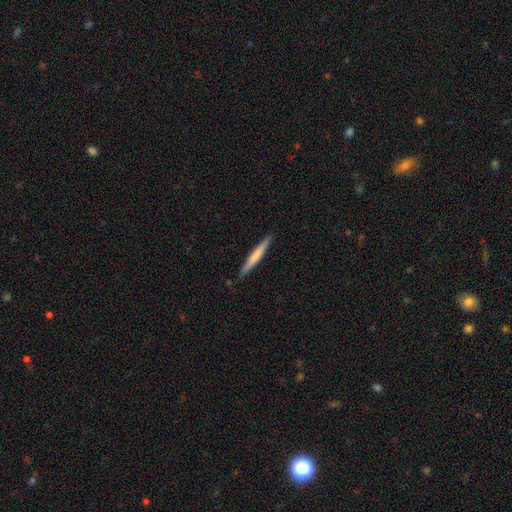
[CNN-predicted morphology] This appears to be a smooth galaxy with no disk features (62%) that is cigar-shaped (96%). Merging: none (89%).